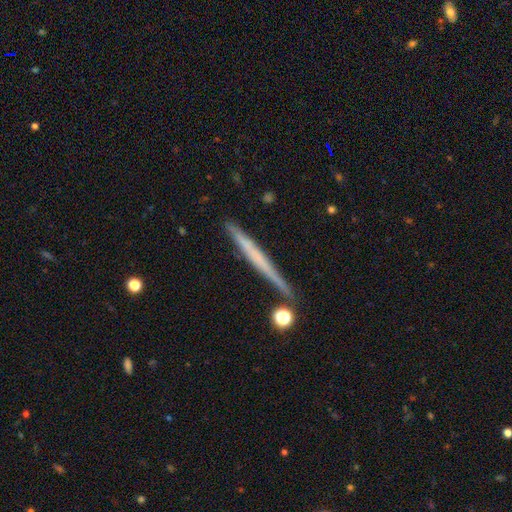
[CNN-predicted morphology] A featured or disk galaxy (53%) viewed edge-on (97%) with no central bulge (84%).

Vote fractions:
- Smooth or featured? featured or disk: 53% / smooth: 40% / star or artifact: 7%
- Edge-on disk? yes: 97% / no: 3%
- Edge-on bulge? none: 84% / rounded: 10% / boxy: 7%
- Merging? none: 84% / minor disturbance: 11% / merger: 4% / major disturbance: 2%